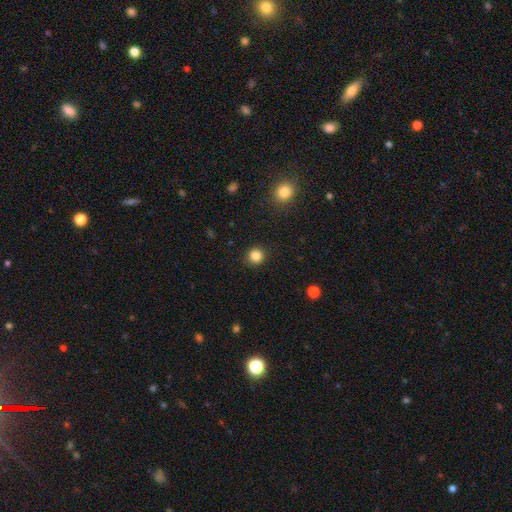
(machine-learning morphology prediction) Smooth or featured? Predicted: smooth (p=0.84). How rounded? Predicted: round (p=0.92). Merging? Predicted: none (p=0.90).